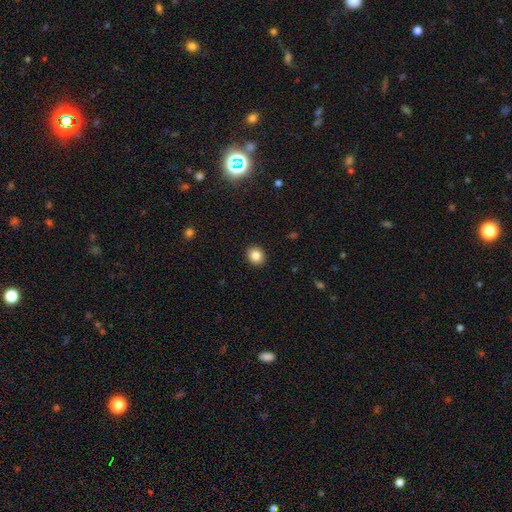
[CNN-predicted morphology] smooth 84%, star or artifact 10%, featured or disk 5%. Down the decision tree: how rounded — round (68%); merging — none (91%).